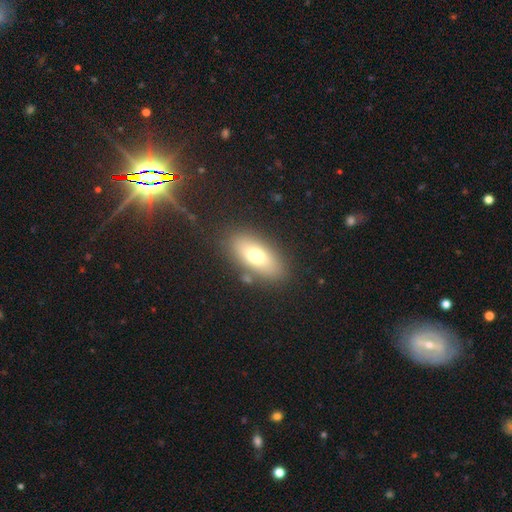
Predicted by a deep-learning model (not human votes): The model was most divided on "smooth or featured": smooth: 70%, featured or disk: 21%, star or artifact: 9%. More confident: how rounded — in between (83%); merging — none (81%).